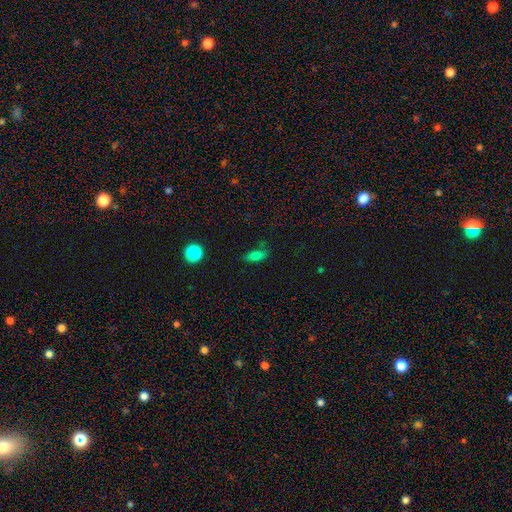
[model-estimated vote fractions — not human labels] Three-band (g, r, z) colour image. It shows a smooth galaxy with no disk features (78%) that is in between round and cigar-shaped (78%). Merging: none (67%).